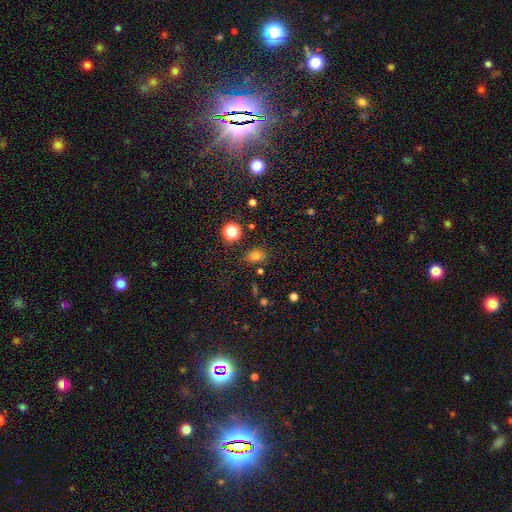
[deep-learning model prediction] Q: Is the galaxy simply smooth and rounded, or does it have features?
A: smooth — 75%.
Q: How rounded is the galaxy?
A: in between — 58%.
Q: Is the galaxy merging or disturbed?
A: none — 79%.